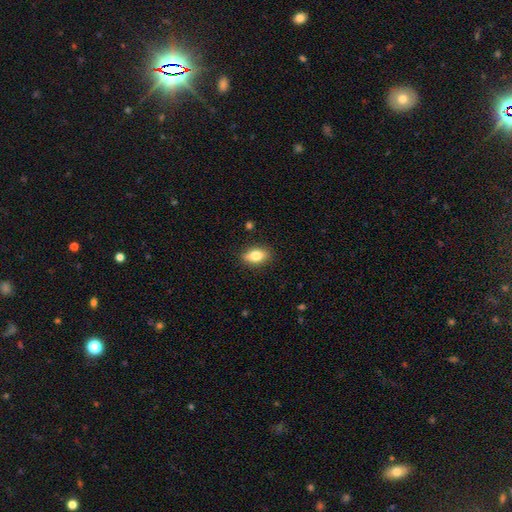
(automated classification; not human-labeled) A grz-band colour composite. It shows a smooth galaxy with no disk features (77%) that is in between round and cigar-shaped (84%). Merging: none (86%).